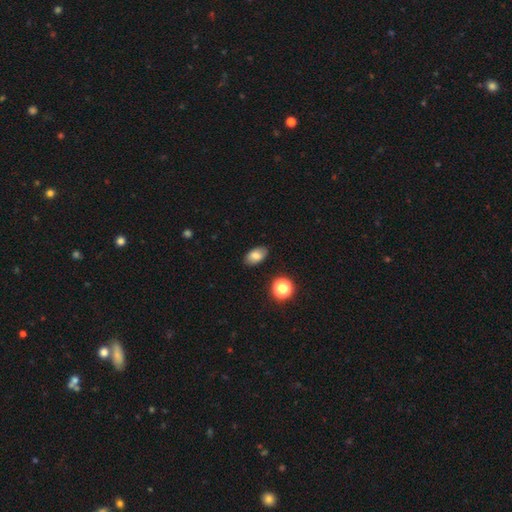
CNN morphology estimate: smooth_or_featured: smooth (p=0.80) [alt: star or artifact p=0.10]
how_rounded: in between (p=0.90) [alt: round p=0.08]
merging: none (p=0.86) [alt: minor disturbance p=0.11]